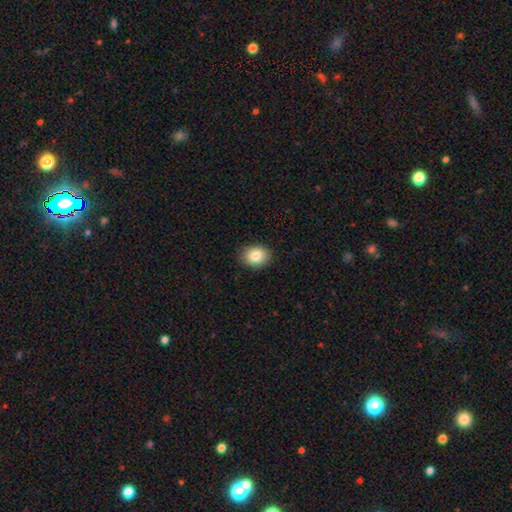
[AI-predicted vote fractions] This is clearly a smooth galaxy (84%). How rounded: possibly in between (52%). Merging: clearly none (89%).